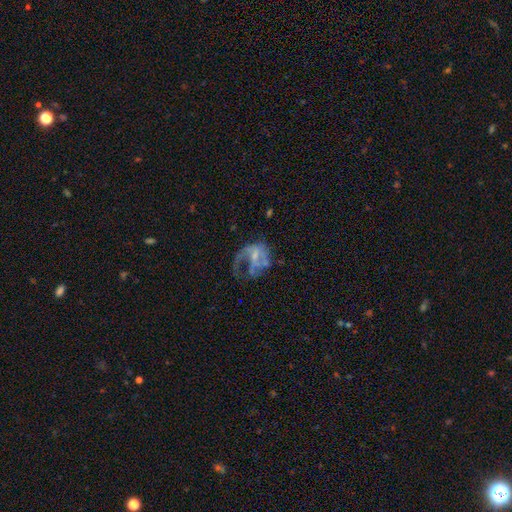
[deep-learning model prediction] Smooth or featured: featured or disk — 67% (smooth — 23%)
Edge-on disk: no — 98% (yes — 2%)
Bar: no — 54% (weak — 36%)
Spiral arms: yes — 58% (no — 42%)
Bulge size: none — 38% (small — 36%)
Merging: major disturbance — 54% (none — 25%)